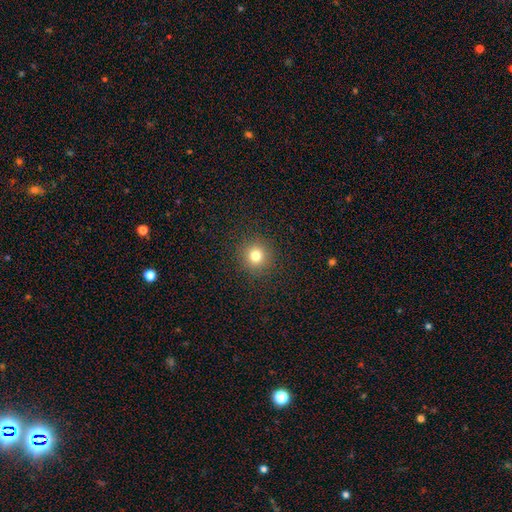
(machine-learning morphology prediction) Overall: smooth (78%). How rounded: round (94%). Merging: none (91%).